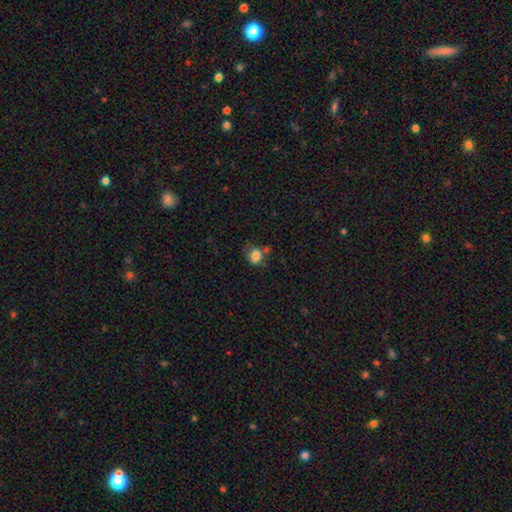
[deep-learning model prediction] Smooth or featured: smooth — 82% (star or artifact — 10%)
How rounded: round — 58% (in between — 41%)
Merging: none — 49% (minor disturbance — 27%)